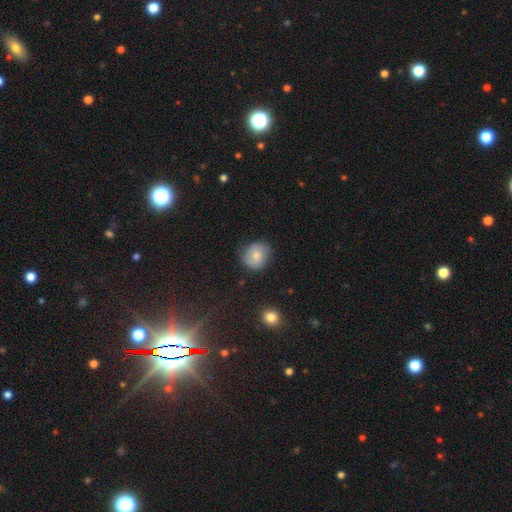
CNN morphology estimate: The model was most divided on "how rounded": round: 76%, in between: 23%, cigar-shaped: 1%. More confident: smooth or featured — smooth (76%); merging — none (75%).